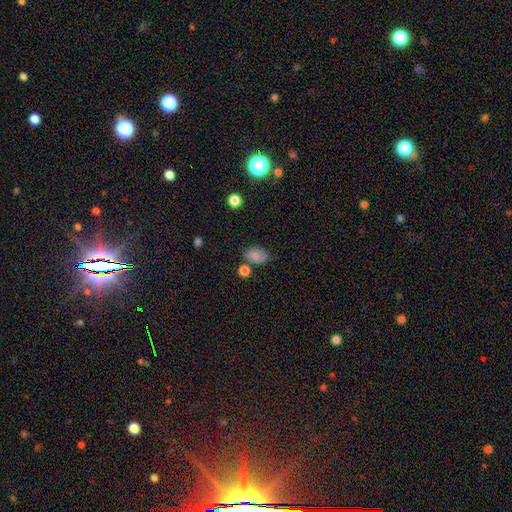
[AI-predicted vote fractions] A smooth galaxy with no disk features (80%) that is in between round and cigar-shaped (80%). Merging: none (65%).